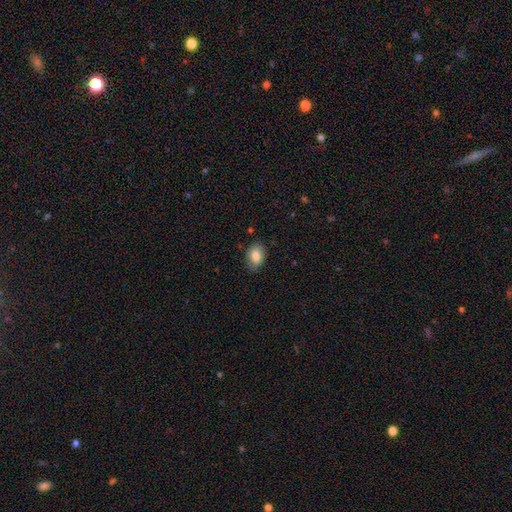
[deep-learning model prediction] A smooth galaxy with no disk features (82%) that is in between round and cigar-shaped (83%).

Vote fractions:
- Smooth or featured? smooth: 82% / featured or disk: 10% / star or artifact: 8%
- How rounded? in between: 83% / round: 16% / cigar-shaped: 1%
- Merging? none: 79% / minor disturbance: 16% / major disturbance: 3% / merger: 1%